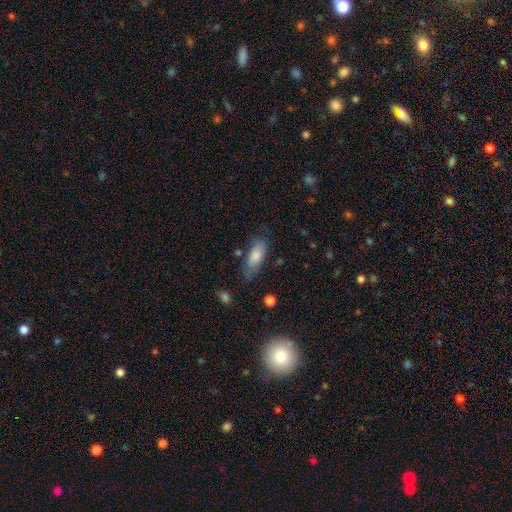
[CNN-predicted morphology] Q: Smooth or featured?
A: smooth (80%); runner-up: featured or disk (14%)
Q: How rounded?
A: in between (76%); runner-up: cigar-shaped (22%)
Q: Merging?
A: none (67%); runner-up: minor disturbance (22%)